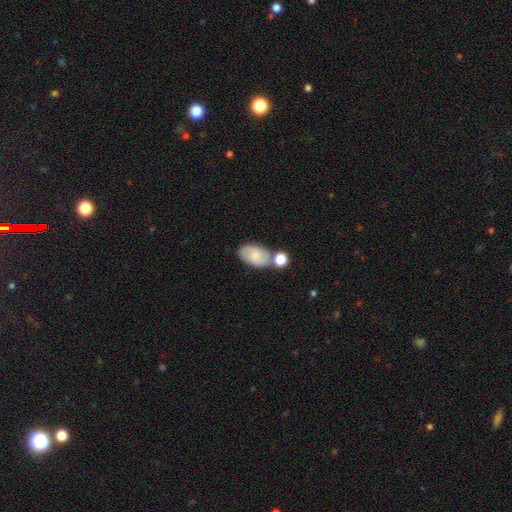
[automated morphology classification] type=smooth (63%); roundness=in between (90%); merging=none (56%).